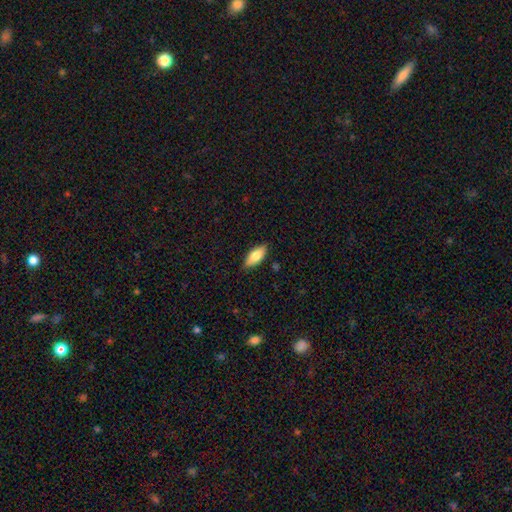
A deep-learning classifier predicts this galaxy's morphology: Smooth or featured?
  - smooth: 80% *
  - featured or disk: 14%
  - star or artifact: 6%
How rounded?
  - in between: 81% *
  - cigar-shaped: 17%
  - round: 2%
Merging?
  - none: 86% *
  - minor disturbance: 11%
  - major disturbance: 2%
  - merger: 1%